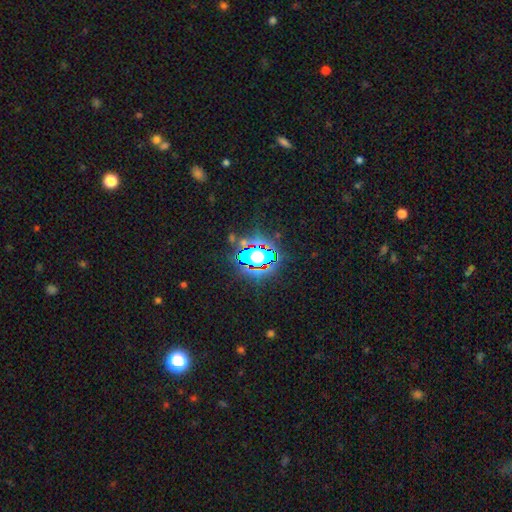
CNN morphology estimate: Smooth or featured? Predicted: star or artifact (p=0.68).